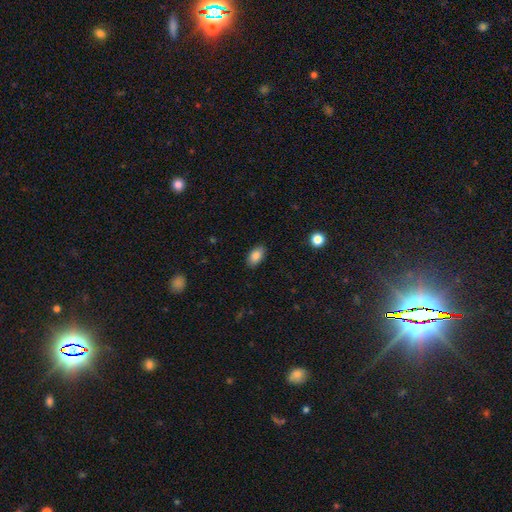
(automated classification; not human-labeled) smooth-or-featured: smooth: 85% | star or artifact: 8% | featured or disk: 7%
  how-rounded: in between: 92% | round: 5% | cigar-shaped: 3%
  merging: none: 87% | minor disturbance: 10% | major disturbance: 2% | merger: 1%